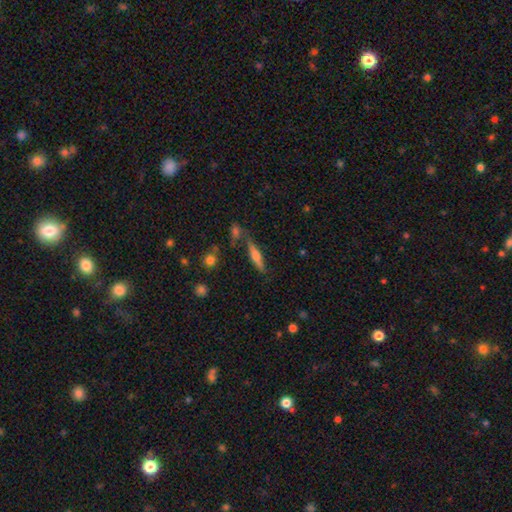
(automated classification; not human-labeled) smooth 50%, featured or disk 41%, star or artifact 9%. Down the decision tree: merging — none (65%).